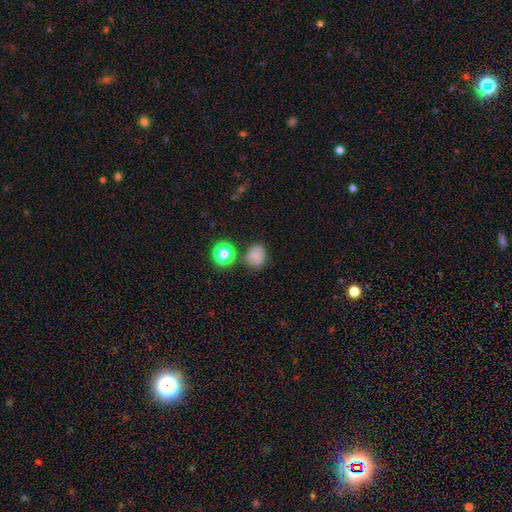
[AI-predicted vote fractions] Smooth or featured? Predicted: smooth (p=0.71). How rounded? Predicted: round (p=0.65). Merging? Predicted: none (p=0.67).